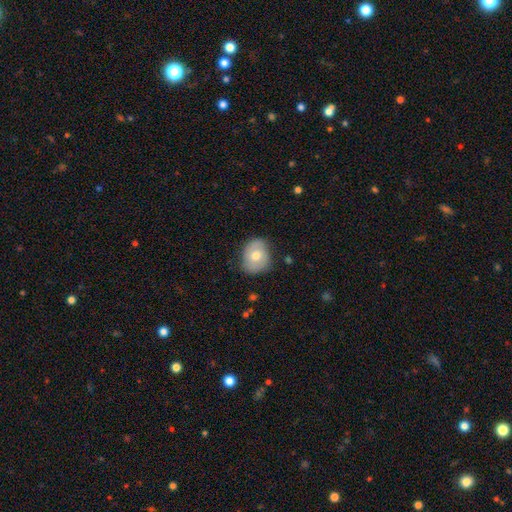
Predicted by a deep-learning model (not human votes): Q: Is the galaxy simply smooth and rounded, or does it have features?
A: smooth — 60%.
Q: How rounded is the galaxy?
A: round — 50%.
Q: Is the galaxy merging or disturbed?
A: none — 73%.